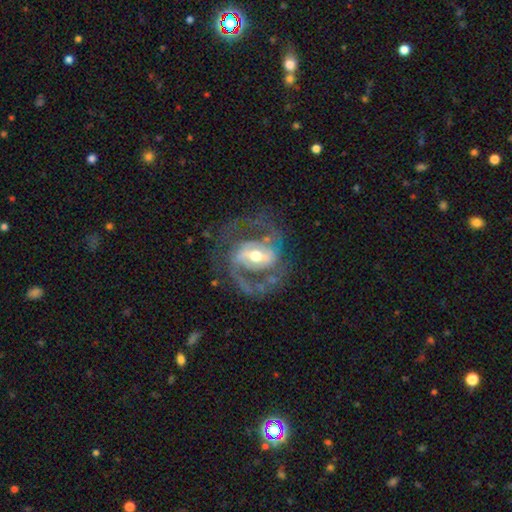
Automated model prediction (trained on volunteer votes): smooth_or_featured: featured or disk (p=0.89) [alt: smooth p=0.06]
disk_edge_on: no (p=0.97) [alt: yes p=0.03]
bar: strong (p=0.44) [alt: weak p=0.40]
has_spiral_arms: yes (p=0.94) [alt: no p=0.06]
spiral_winding: medium (p=0.57) [alt: tight p=0.23]
spiral_arm_count: 2 (p=0.82) [alt: 1 p=0.06]
bulge_size: moderate (p=0.67) [alt: small p=0.23]
merging: none (p=0.64) [alt: major disturbance p=0.17]